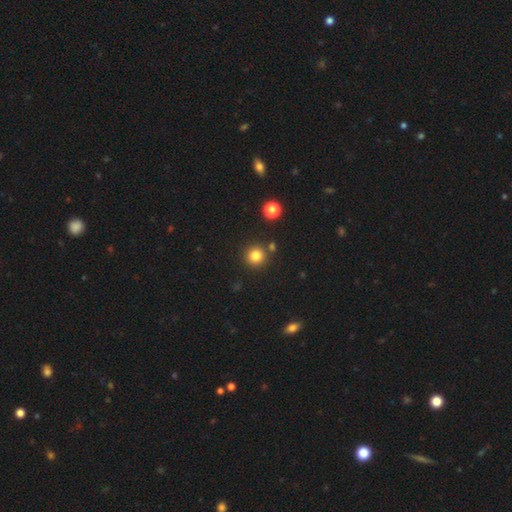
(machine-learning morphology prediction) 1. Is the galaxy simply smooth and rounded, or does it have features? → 82% smooth, 12% star or artifact, 5% featured or disk.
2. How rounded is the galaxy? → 94% round, 5% in between, 1% cigar-shaped.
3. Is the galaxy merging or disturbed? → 86% none, 6% minor disturbance, 6% merger, 2% major disturbance.